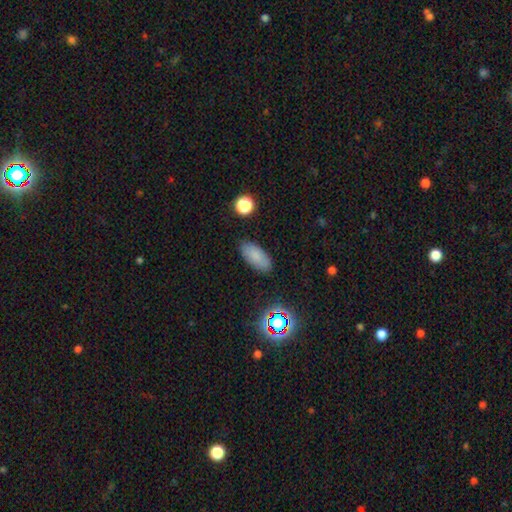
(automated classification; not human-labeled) Overall: smooth (81%). How rounded: in between (89%). Merging: none (85%).